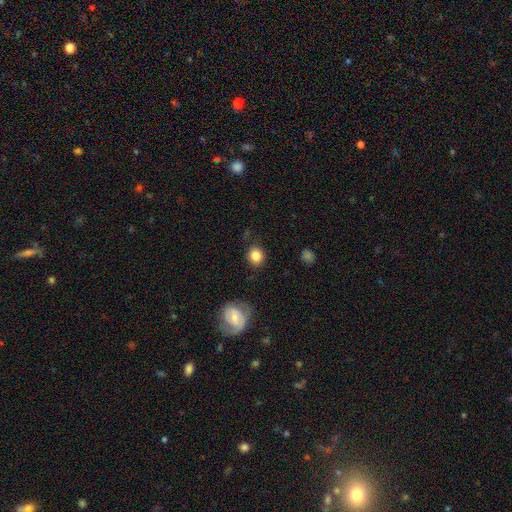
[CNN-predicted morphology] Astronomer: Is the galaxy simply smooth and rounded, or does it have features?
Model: smooth — 84%.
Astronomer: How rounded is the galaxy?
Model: round — 81%.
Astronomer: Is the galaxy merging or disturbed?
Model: none — 84%.